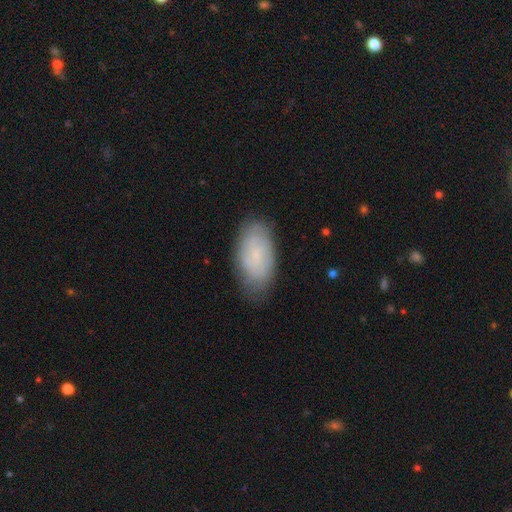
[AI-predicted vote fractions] smooth_or_featured: smooth (p=0.57) [alt: featured or disk p=0.34]
how_rounded: in between (p=0.93) [alt: round p=0.04]
merging: none (p=0.76) [alt: minor disturbance p=0.18]